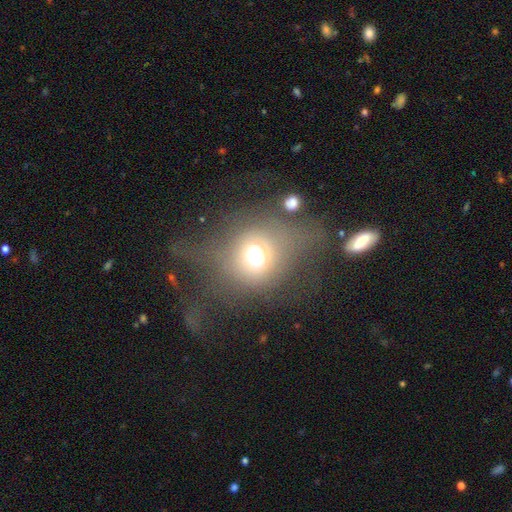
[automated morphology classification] A smooth galaxy with no disk features (59%) that is round (82%).

Vote fractions:
- Smooth or featured? smooth: 59% / featured or disk: 23% / star or artifact: 17%
- How rounded? round: 82% / in between: 16% / cigar-shaped: 1%
- Merging? none: 47% / major disturbance: 30% / minor disturbance: 17% / merger: 6%